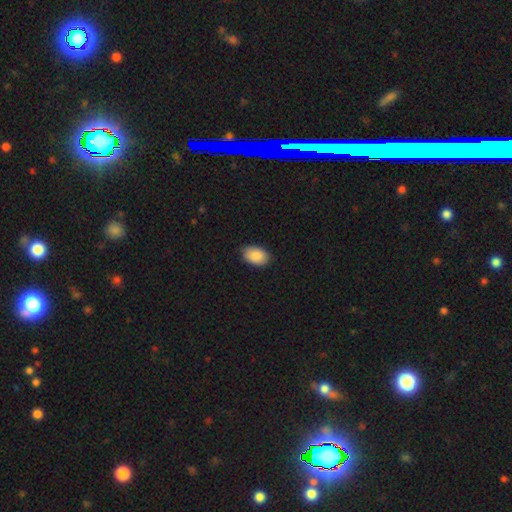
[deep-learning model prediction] Q: Smooth or featured?
A: smooth (90%); runner-up: star or artifact (6%)
Q: How rounded?
A: in between (90%); runner-up: round (8%)
Q: Merging?
A: none (84%); runner-up: minor disturbance (13%)